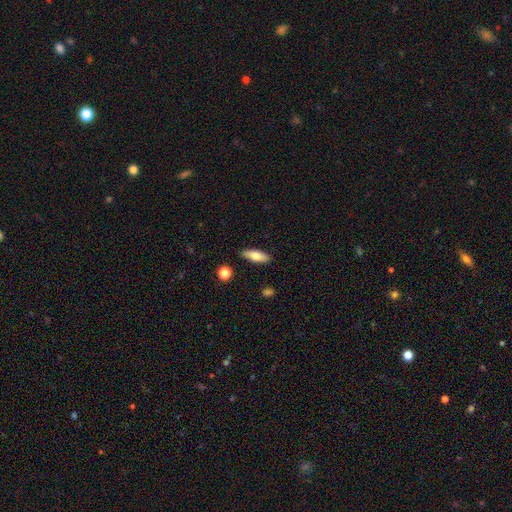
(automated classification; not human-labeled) smooth-or-featured: smooth: 76% | featured or disk: 17% | star or artifact: 7%
  how-rounded: in between: 63% | cigar-shaped: 35% | round: 2%
  merging: none: 87% | minor disturbance: 9% | major disturbance: 2% | merger: 2%